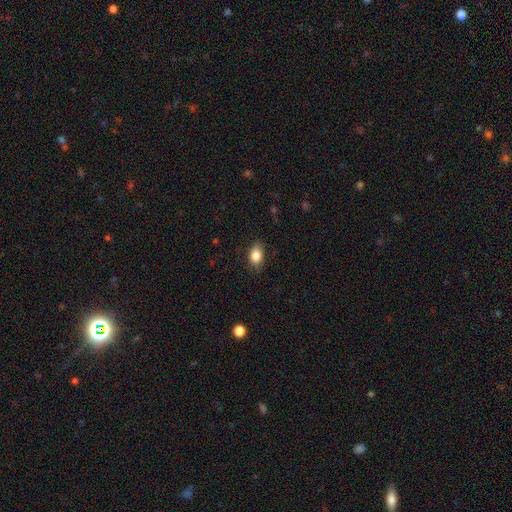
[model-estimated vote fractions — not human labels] Smooth or featured? smooth (85%)
How rounded? in between (82%)
Merging? none (85%)